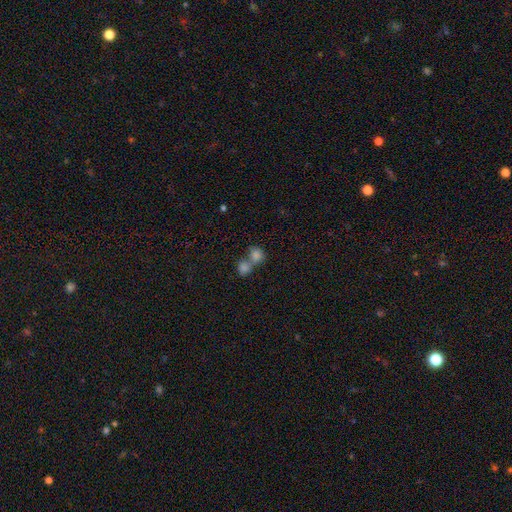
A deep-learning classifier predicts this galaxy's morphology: The model was most divided on "merging": merger: 62%, none: 29%, minor disturbance: 6%, major disturbance: 4%. More confident: smooth or featured — smooth (74%); how rounded — round (66%).